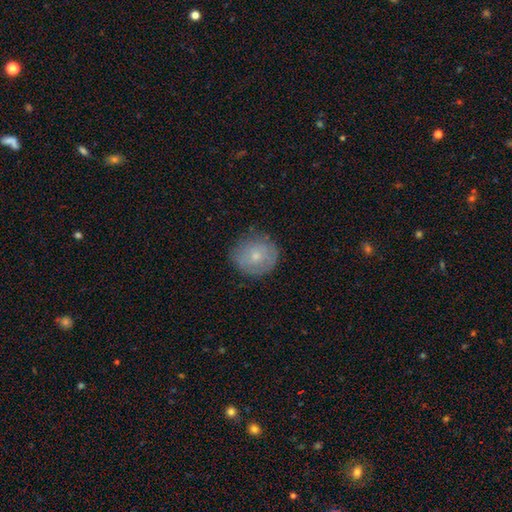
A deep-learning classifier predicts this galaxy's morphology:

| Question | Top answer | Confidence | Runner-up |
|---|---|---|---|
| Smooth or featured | smooth | 65% | featured or disk (27%) |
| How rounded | round | 86% | in between (13%) |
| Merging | none | 78% | minor disturbance (16%) |